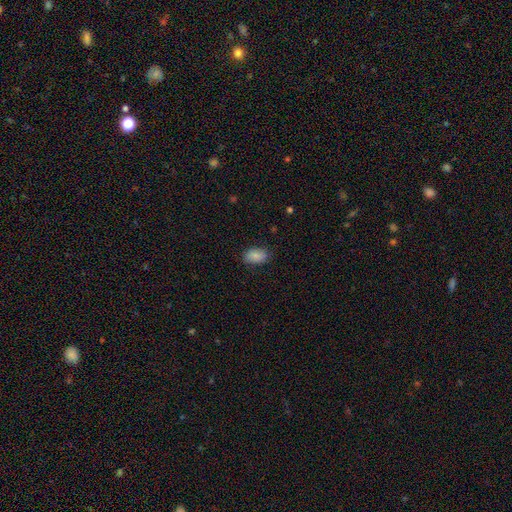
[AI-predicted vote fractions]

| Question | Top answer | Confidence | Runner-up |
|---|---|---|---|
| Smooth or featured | smooth | 87% | star or artifact (7%) |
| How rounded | in between | 90% | round (8%) |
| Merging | none | 80% | minor disturbance (16%) |